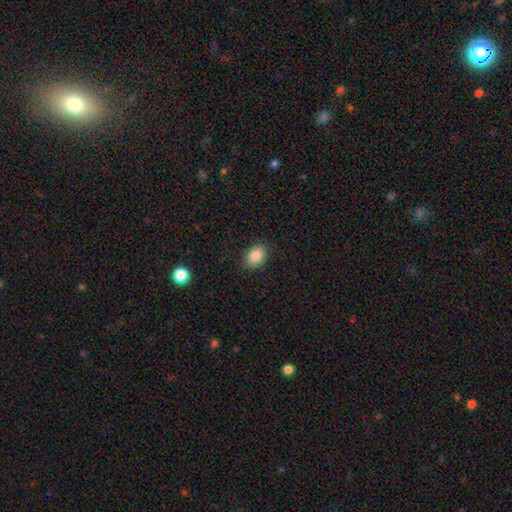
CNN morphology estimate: smooth-or-featured: smooth: 86% | star or artifact: 9% | featured or disk: 5%
  how-rounded: in between: 73% | round: 26% | cigar-shaped: 1%
  merging: none: 88% | minor disturbance: 9% | major disturbance: 2% | merger: 1%